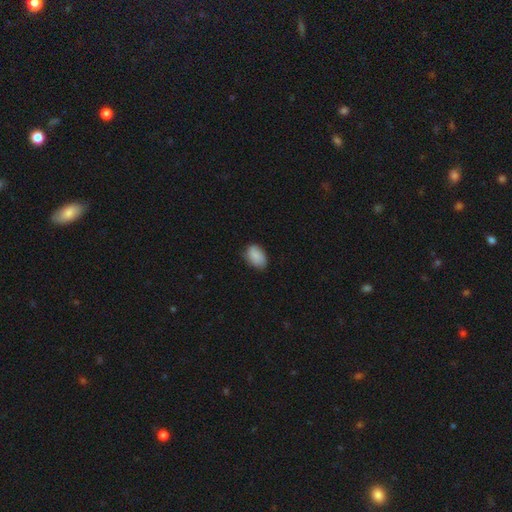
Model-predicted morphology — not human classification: A smooth galaxy with no disk features (86%) that is in between round and cigar-shaped (88%). Merging: none (73%).